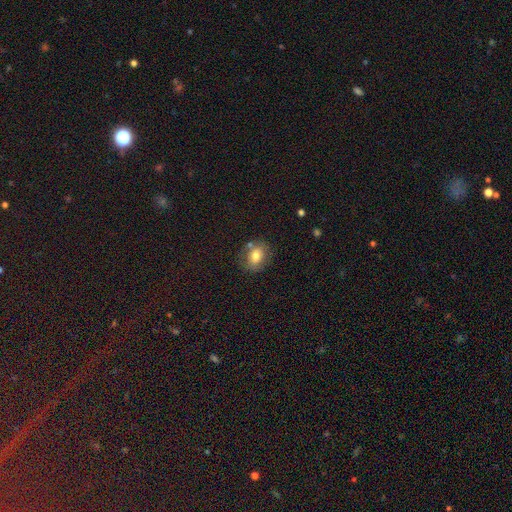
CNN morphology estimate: This appears to be a smooth galaxy with no disk features (74%) that is in between round and cigar-shaped (56%). Merging: none (74%).